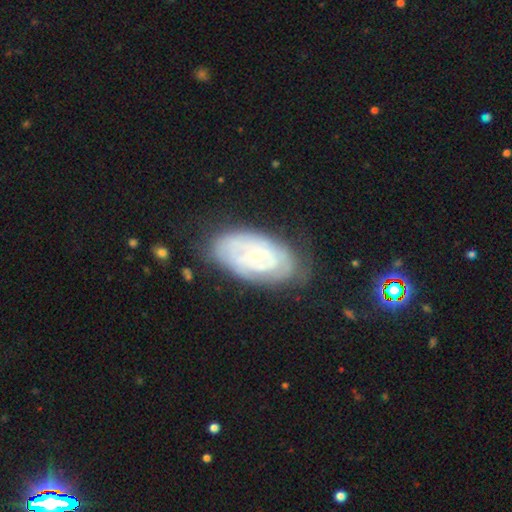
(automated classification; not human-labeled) Smooth or featured? Predicted: featured or disk (p=0.76). Edge-on disk? Predicted: no (p=0.94). Bar? Predicted: no (p=0.65). Spiral arms? Predicted: yes (p=0.81). Spiral winding? Predicted: tight (p=0.74). Spiral arm count? Predicted: can't tell (p=0.50). Bulge size? Predicted: small (p=0.68). Merging? Predicted: none (p=0.69).